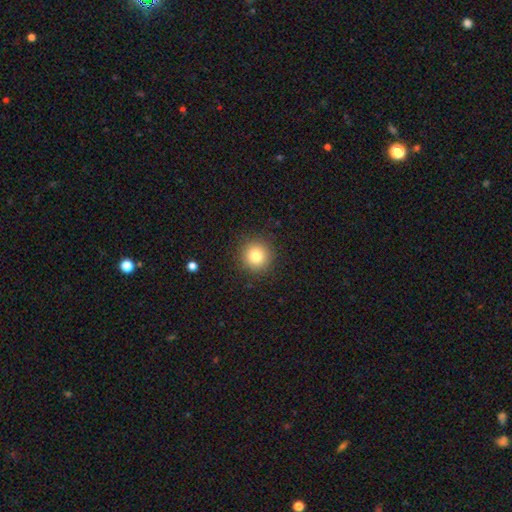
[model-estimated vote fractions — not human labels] Q: Smooth or featured?
A: smooth (80%); runner-up: star or artifact (12%)
Q: How rounded?
A: round (94%); runner-up: in between (5%)
Q: Merging?
A: none (91%); runner-up: minor disturbance (6%)